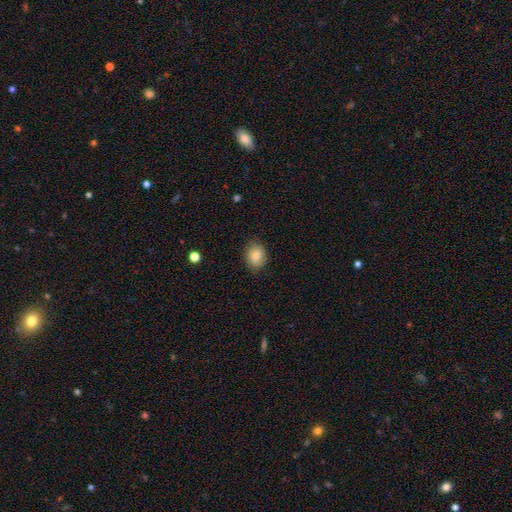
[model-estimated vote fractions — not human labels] Smooth or featured?
  - smooth: 84% *
  - star or artifact: 9%
  - featured or disk: 7%
How rounded?
  - in between: 51% *
  - round: 48%
  - cigar-shaped: 1%
Merging?
  - none: 83% *
  - minor disturbance: 13%
  - major disturbance: 3%
  - merger: 1%